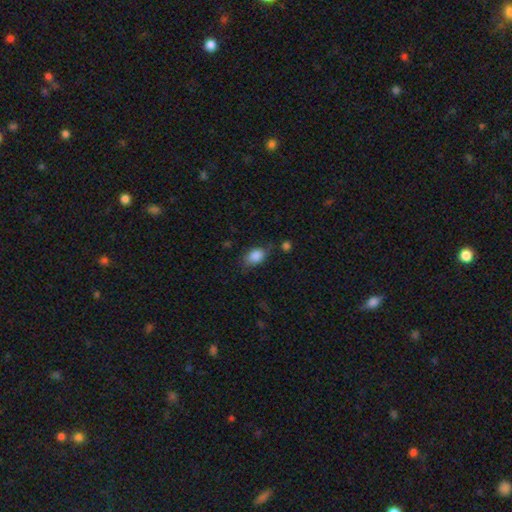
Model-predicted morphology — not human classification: smooth 86%, star or artifact 8%, featured or disk 7%. Down the decision tree: how rounded — in between (83%); merging — none (66%).